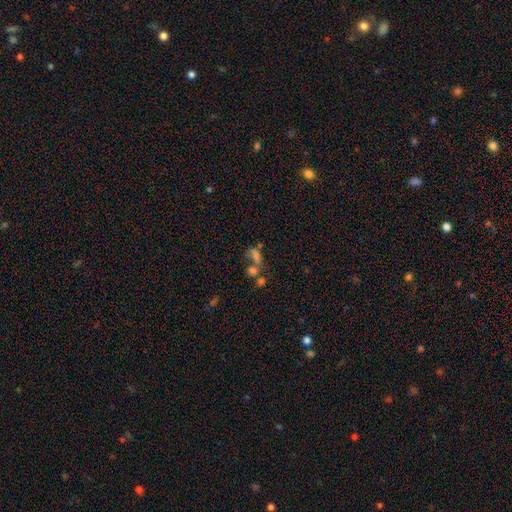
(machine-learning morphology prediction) Q: Smooth or featured?
A: smooth (51%); runner-up: star or artifact (27%)
Q: How rounded?
A: in between (68%); runner-up: round (25%)
Q: Merging?
A: merger (49%); runner-up: none (26%)